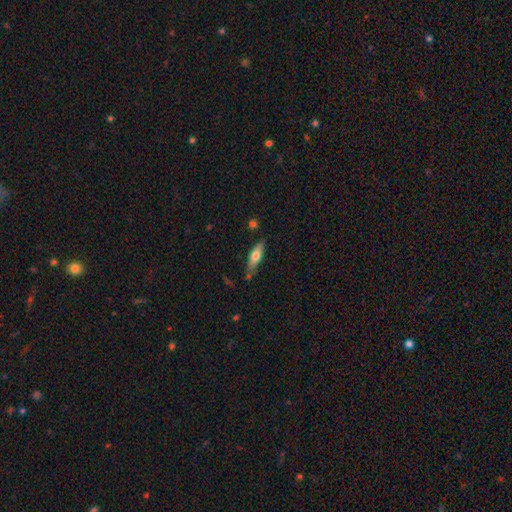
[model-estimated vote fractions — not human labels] smooth_or_featured: smooth (p=0.56) [alt: featured or disk p=0.38]
how_rounded: cigar-shaped (p=0.58) [alt: in between p=0.40]
merging: none (p=0.73) [alt: minor disturbance p=0.18]